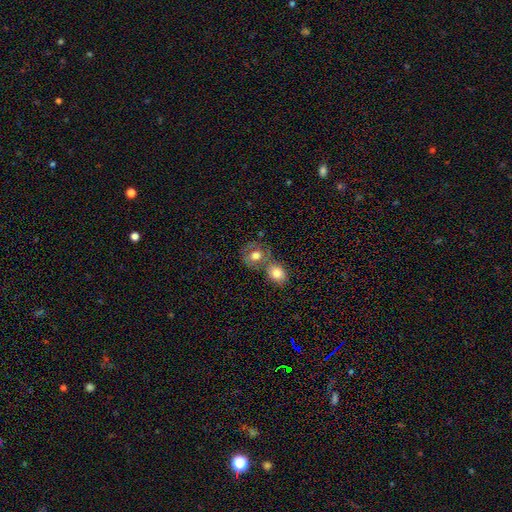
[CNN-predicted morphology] Smooth or featured? Predicted: smooth (p=0.63). How rounded? Predicted: round (p=0.63). Merging? Predicted: merger (p=0.47).